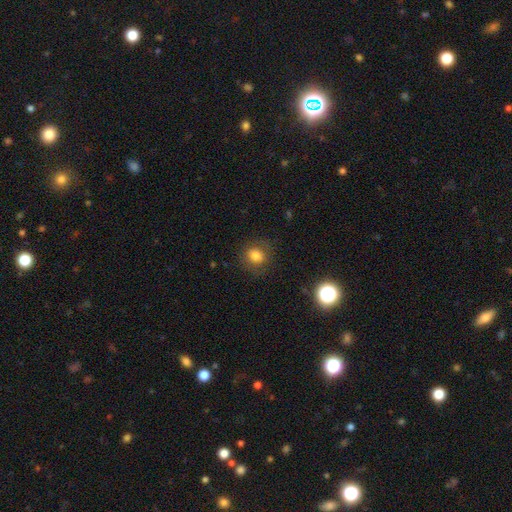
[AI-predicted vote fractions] Overall: smooth (77%). How rounded: round (76%). Merging: none (80%).